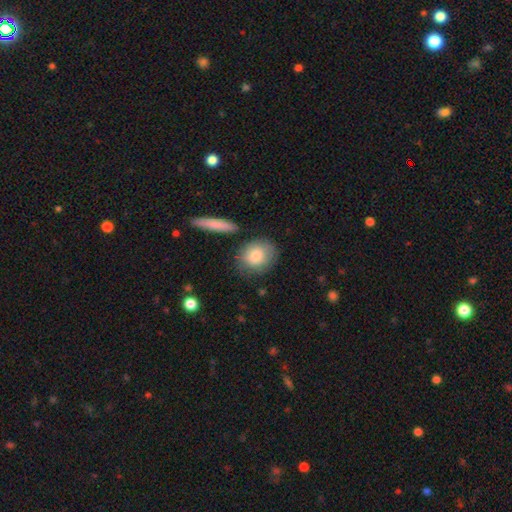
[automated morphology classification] The model was most divided on "how rounded": round: 66%, in between: 32%, cigar-shaped: 2%. More confident: smooth or featured — smooth (80%); merging — none (75%).